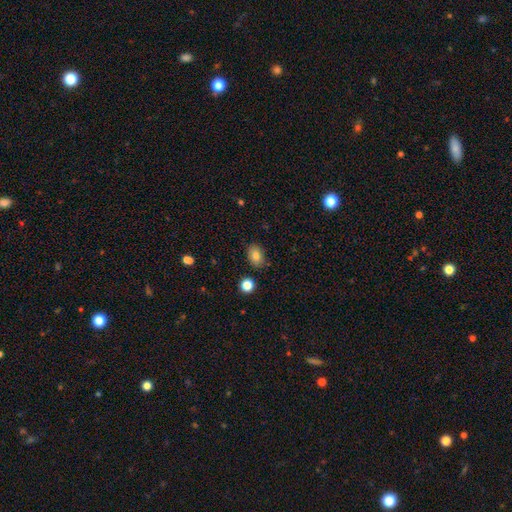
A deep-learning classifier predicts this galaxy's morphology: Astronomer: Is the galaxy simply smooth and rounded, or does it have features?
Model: smooth — 82%.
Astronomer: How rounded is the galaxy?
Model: in between — 75%.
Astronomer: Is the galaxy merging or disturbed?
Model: none — 84%.